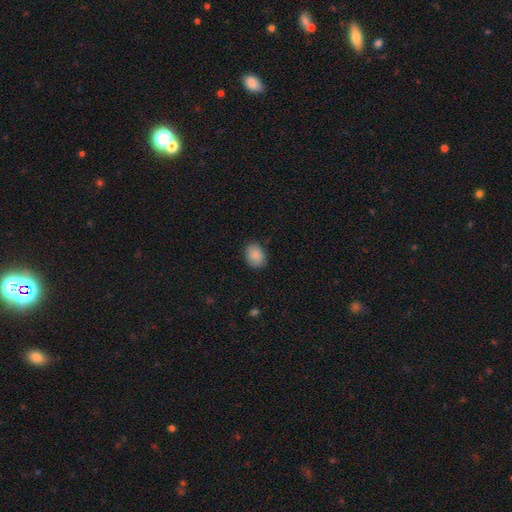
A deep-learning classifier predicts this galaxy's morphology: This is clearly a smooth galaxy (89%). How rounded: possibly in between (58%). Merging: clearly none (84%).